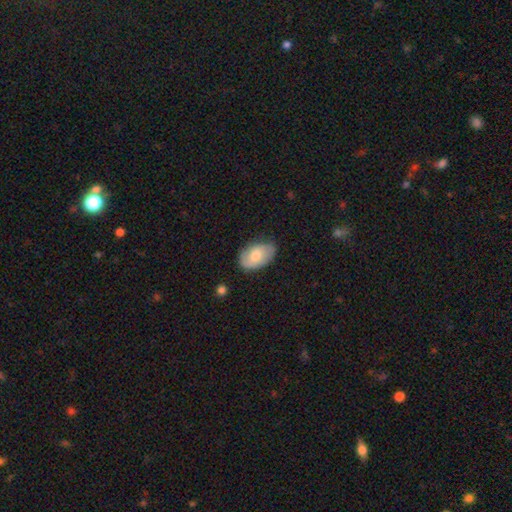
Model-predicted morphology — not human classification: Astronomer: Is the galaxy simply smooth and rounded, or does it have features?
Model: smooth — 65%.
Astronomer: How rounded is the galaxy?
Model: in between — 91%.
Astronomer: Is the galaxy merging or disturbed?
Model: none — 73%.